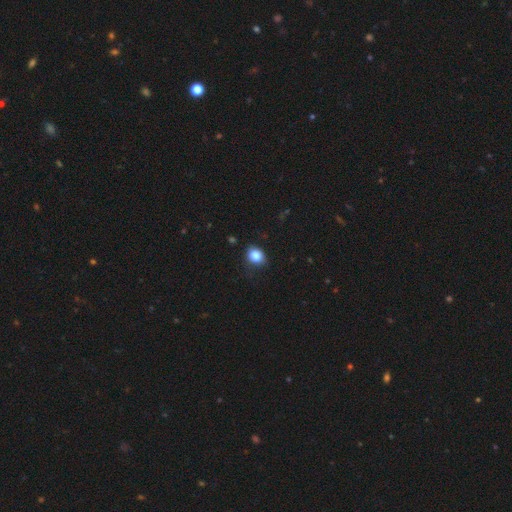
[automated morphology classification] Smooth or featured? smooth (86%)
How rounded? round (50%)
Merging? none (70%)